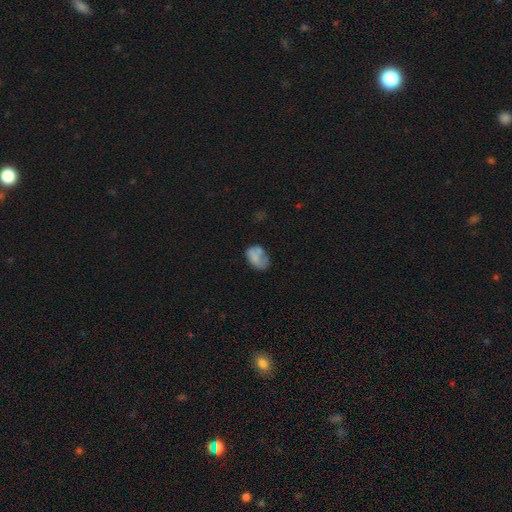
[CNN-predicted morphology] This is likely a smooth galaxy (64%). How rounded: likely in between (78%). Merging: marginally none (40%).